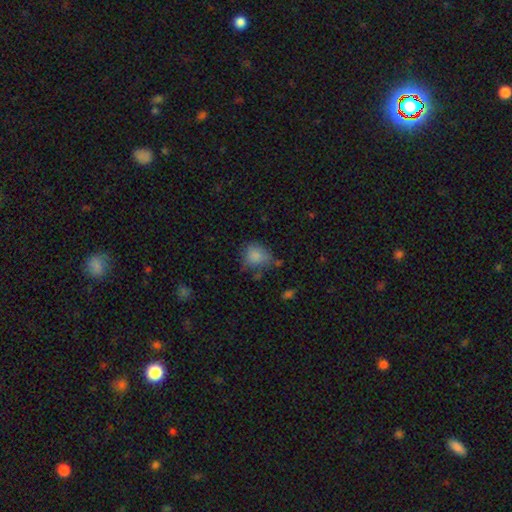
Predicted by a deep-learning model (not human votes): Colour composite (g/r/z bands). It shows a smooth galaxy with no disk features (81%) that is round (66%). Merging: none (53%).